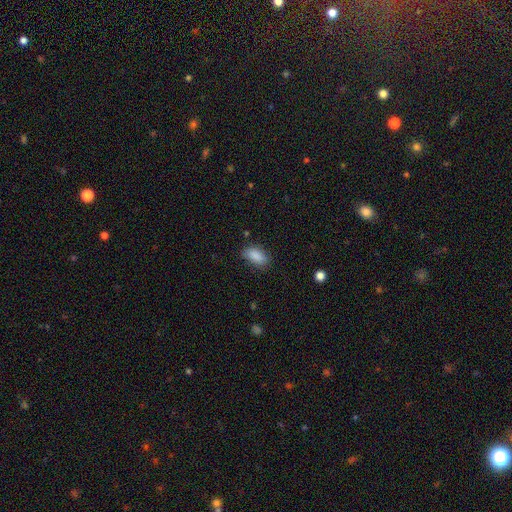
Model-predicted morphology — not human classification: Overall: smooth (88%). How rounded: in between (89%). Merging: none (79%).